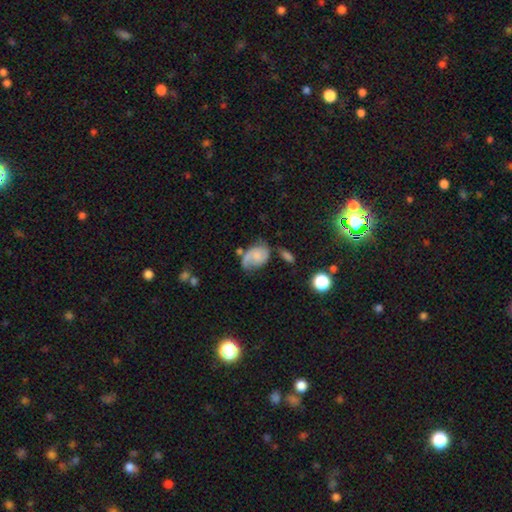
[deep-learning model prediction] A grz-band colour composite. It shows a featured or disk galaxy (50%). Merging: none (41%).